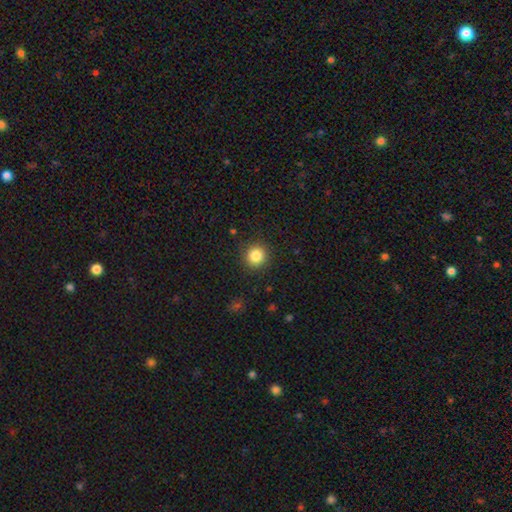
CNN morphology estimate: Smooth or featured? Predicted: smooth (p=0.85). How rounded? Predicted: round (p=0.93). Merging? Predicted: none (p=0.90).